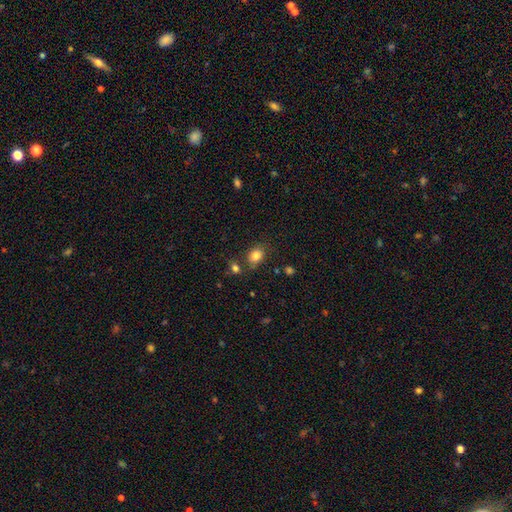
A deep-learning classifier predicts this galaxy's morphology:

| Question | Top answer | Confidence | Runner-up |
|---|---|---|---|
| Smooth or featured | smooth | 82% | star or artifact (11%) |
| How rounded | in between | 56% | round (42%) |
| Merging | none | 71% | minor disturbance (15%) |